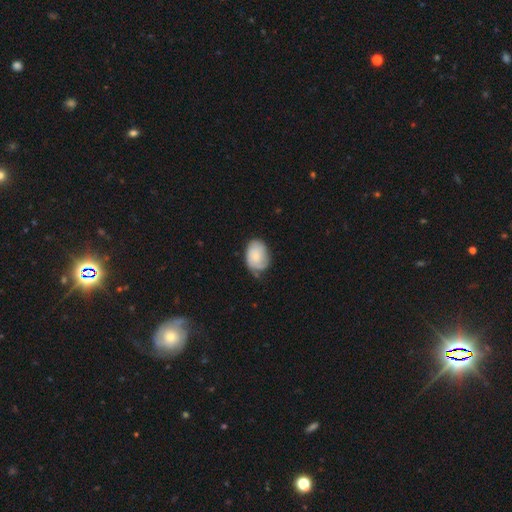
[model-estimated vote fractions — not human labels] This is possibly a smooth galaxy (54%). How rounded: likely in between (78%). Merging: possibly none (57%).